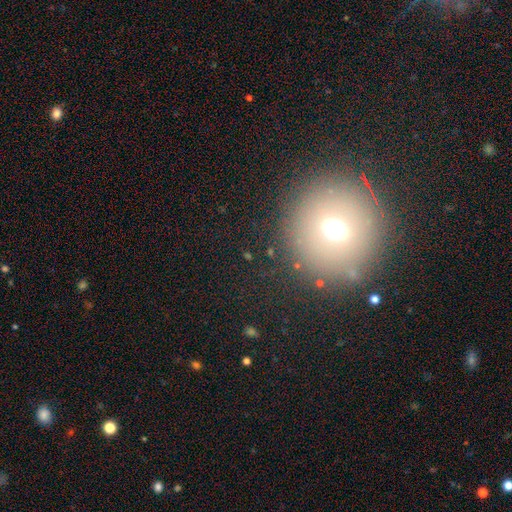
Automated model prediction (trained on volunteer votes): Q: Smooth or featured?
A: smooth (53%); runner-up: star or artifact (27%)
Q: How rounded?
A: round (94%); runner-up: in between (5%)
Q: Merging?
A: none (87%); runner-up: minor disturbance (7%)